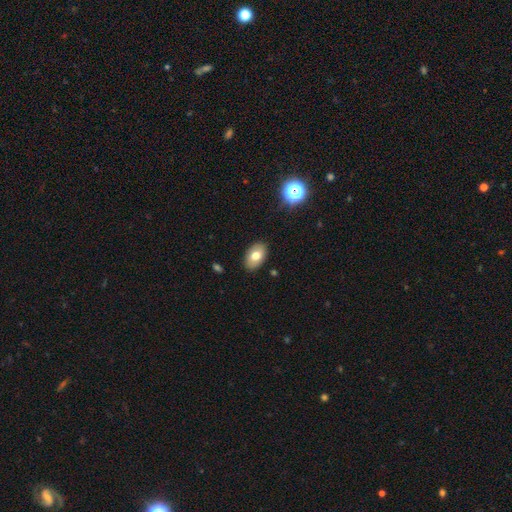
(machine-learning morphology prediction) Overall: smooth (73%). How rounded: in between (89%). Merging: none (87%).